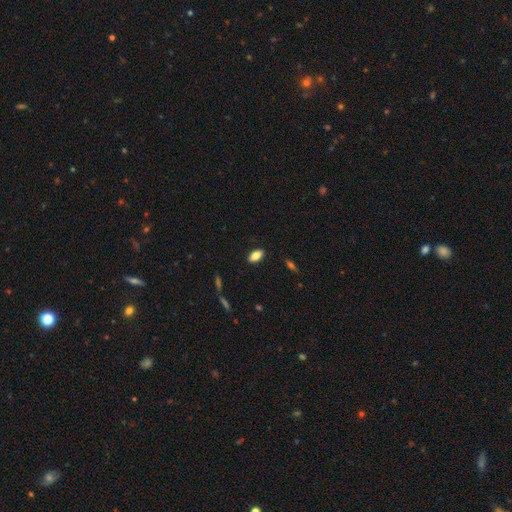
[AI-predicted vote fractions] Morphology: type=smooth (78%); roundness=in between (89%); merging=none (88%).